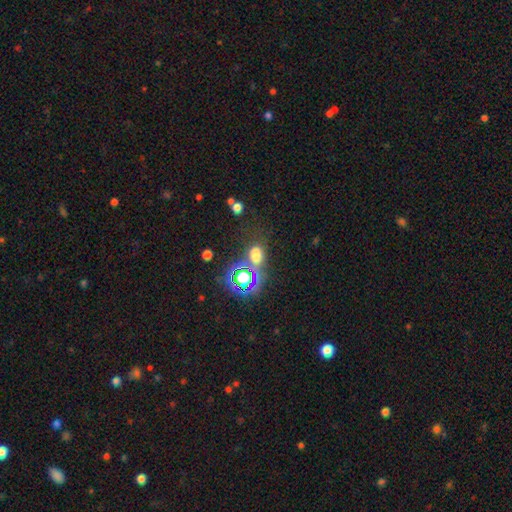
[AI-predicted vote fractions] The model was most divided on "smooth or featured": smooth: 57%, star or artifact: 34%, featured or disk: 10%. More confident: how rounded — in between (62%); merging — none (55%).